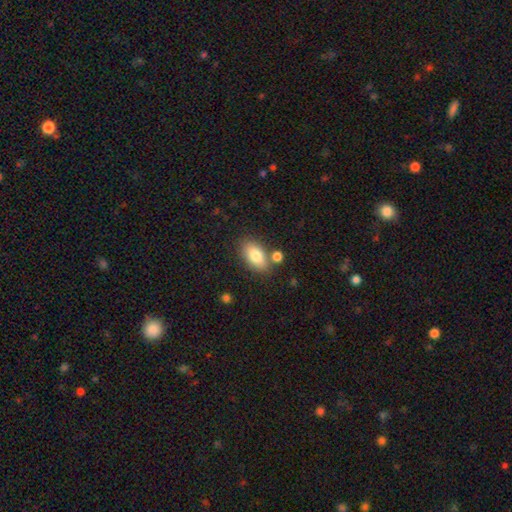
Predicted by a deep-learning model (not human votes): The model was most divided on "merging": none: 74%, minor disturbance: 12%, merger: 11%, major disturbance: 3%. More confident: how rounded — in between (90%); smooth or featured — smooth (79%).